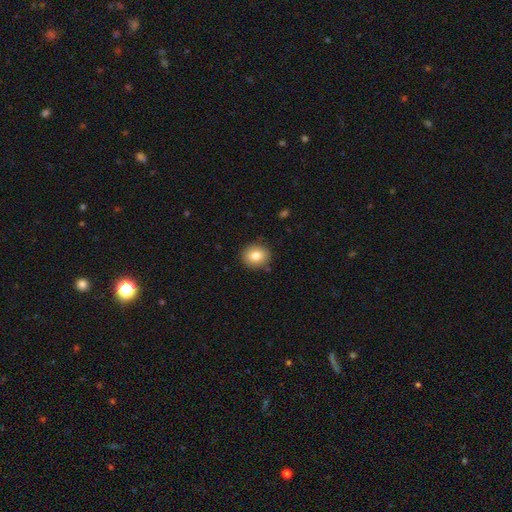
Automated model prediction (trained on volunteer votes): Smooth or featured? Predicted: smooth (p=0.81). How rounded? Predicted: round (p=0.76). Merging? Predicted: none (p=0.88).